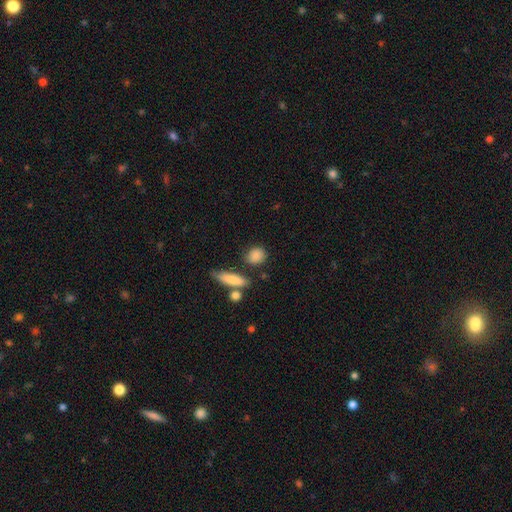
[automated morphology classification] Smooth or featured?
  - smooth: 86% *
  - star or artifact: 8%
  - featured or disk: 7%
How rounded?
  - round: 61% *
  - in between: 30%
  - cigar-shaped: 8%
Merging?
  - none: 75% *
  - minor disturbance: 13%
  - merger: 8%
  - major disturbance: 4%